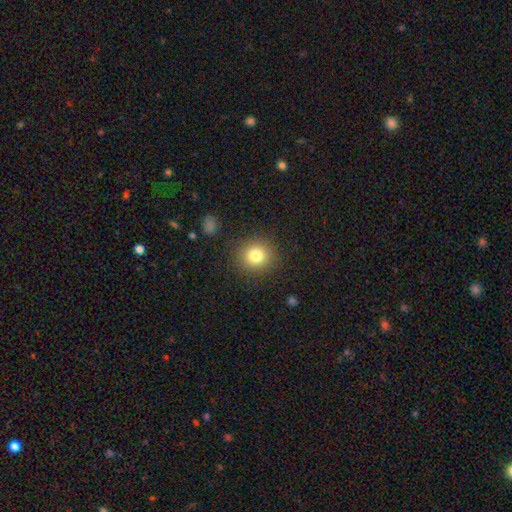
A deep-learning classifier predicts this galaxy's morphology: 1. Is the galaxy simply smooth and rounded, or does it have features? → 81% smooth, 11% star or artifact, 8% featured or disk.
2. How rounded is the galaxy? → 88% round, 12% in between, 1% cigar-shaped.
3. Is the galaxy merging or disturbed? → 88% none, 8% minor disturbance, 3% major disturbance, 2% merger.